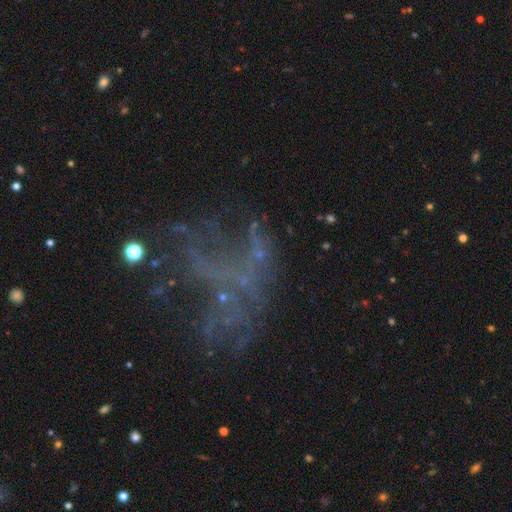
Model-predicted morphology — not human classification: type=featured or disk (52%); edge-on=no (97%); merging=major disturbance (40%).